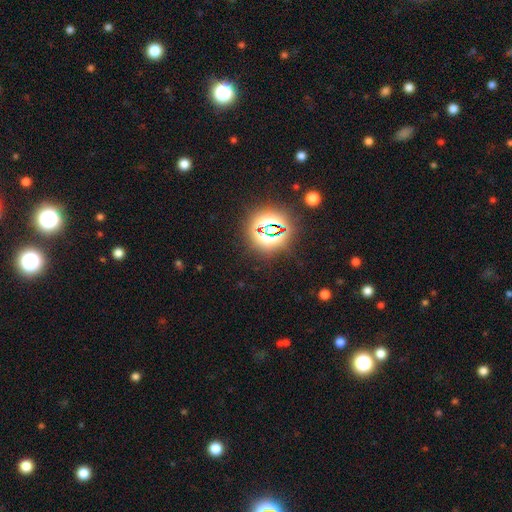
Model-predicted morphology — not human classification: star or artifact 79%, smooth 14%, featured or disk 7%.